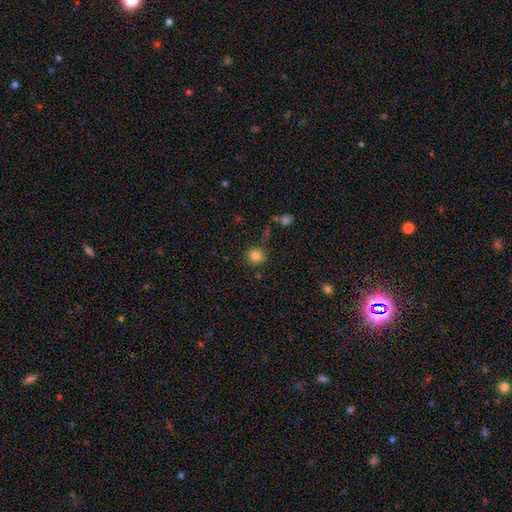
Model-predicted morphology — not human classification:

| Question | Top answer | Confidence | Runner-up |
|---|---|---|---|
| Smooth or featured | smooth | 82% | star or artifact (12%) |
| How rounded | round | 91% | in between (8%) |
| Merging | none | 84% | minor disturbance (9%) |